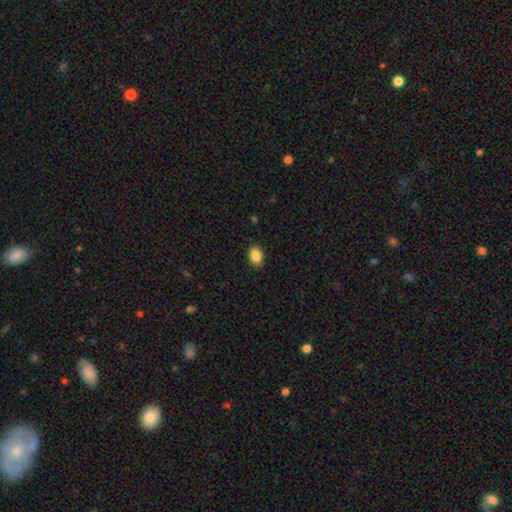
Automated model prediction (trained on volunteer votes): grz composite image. It shows a smooth galaxy with no disk features (87%) that is in between round and cigar-shaped (80%). Merging: none (89%).